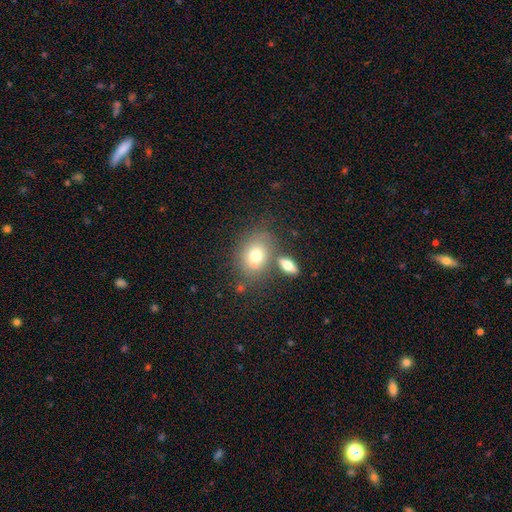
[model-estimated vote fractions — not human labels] Q: Smooth or featured?
A: smooth (73%); runner-up: featured or disk (16%)
Q: How rounded?
A: in between (63%); runner-up: round (36%)
Q: Merging?
A: none (59%); runner-up: merger (21%)